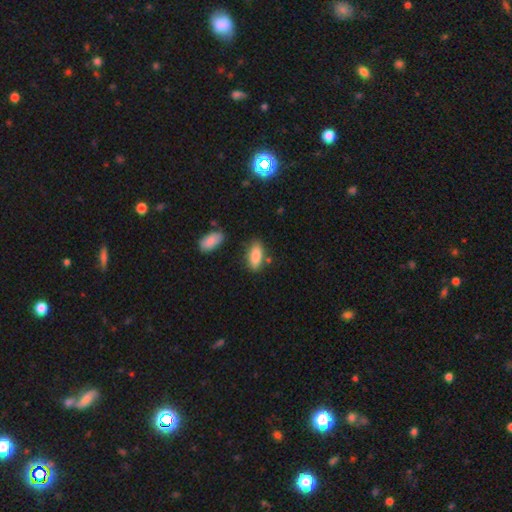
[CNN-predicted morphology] A smooth galaxy with no disk features (85%) that is in between round and cigar-shaped (83%). Merging: none (76%).